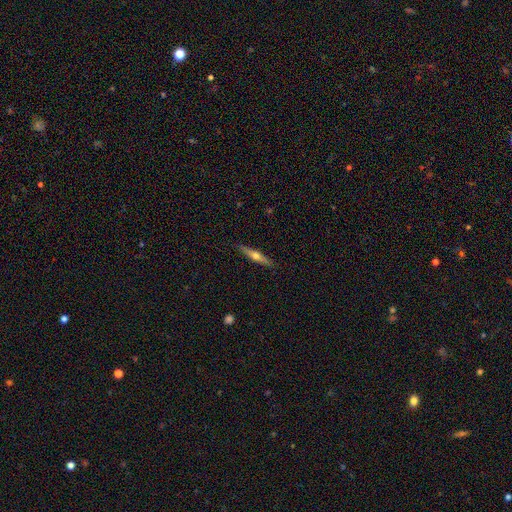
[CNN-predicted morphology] This is possibly a featured or disk galaxy (57%). It is clearly viewed edge-on (95%). Edge-on bulge: clearly rounded (90%). Merging: clearly none (89%).